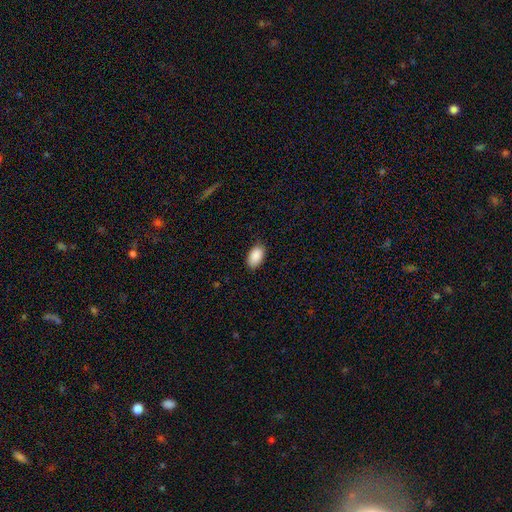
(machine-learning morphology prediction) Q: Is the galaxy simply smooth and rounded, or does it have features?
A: smooth — 90%.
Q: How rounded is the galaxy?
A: in between — 94%.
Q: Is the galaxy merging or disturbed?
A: none — 83%.